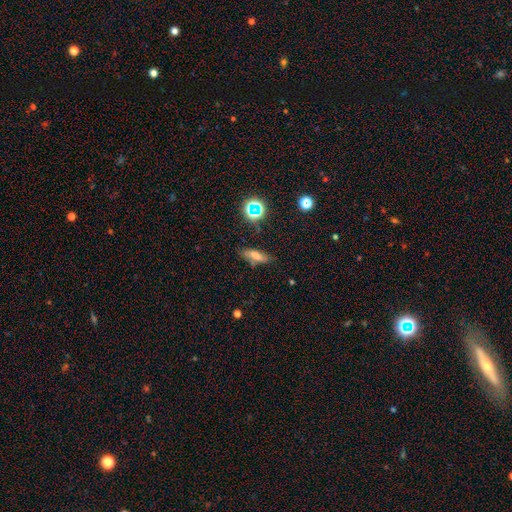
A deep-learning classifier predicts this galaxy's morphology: Smooth or featured: smooth — 60% (featured or disk — 23%)
How rounded: in between — 60% (cigar-shaped — 34%)
Merging: none — 70% (minor disturbance — 20%)